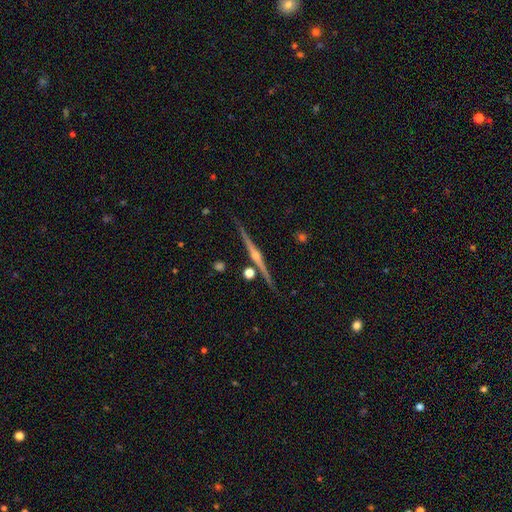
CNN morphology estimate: smooth_or_featured: featured or disk (p=0.86) [alt: smooth p=0.07]
disk_edge_on: yes (p=0.99) [alt: no p=0.01]
edge_on_bulge: rounded (p=0.90) [alt: none p=0.06]
merging: none (p=0.89) [alt: minor disturbance p=0.07]